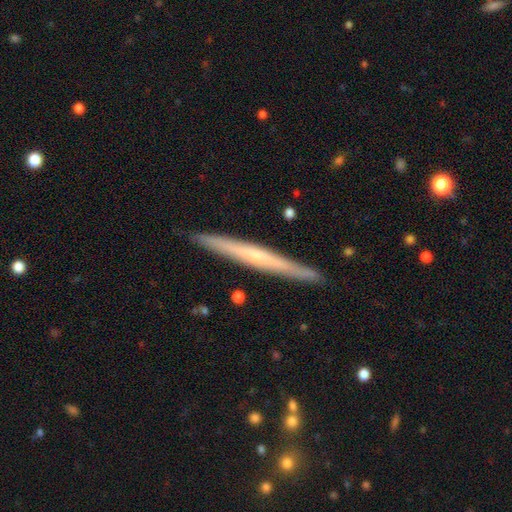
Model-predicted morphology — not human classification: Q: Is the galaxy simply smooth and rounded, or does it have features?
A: featured or disk — 62%.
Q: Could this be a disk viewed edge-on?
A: yes — 97%.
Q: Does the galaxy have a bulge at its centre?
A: none — 56%.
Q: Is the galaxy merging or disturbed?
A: none — 91%.